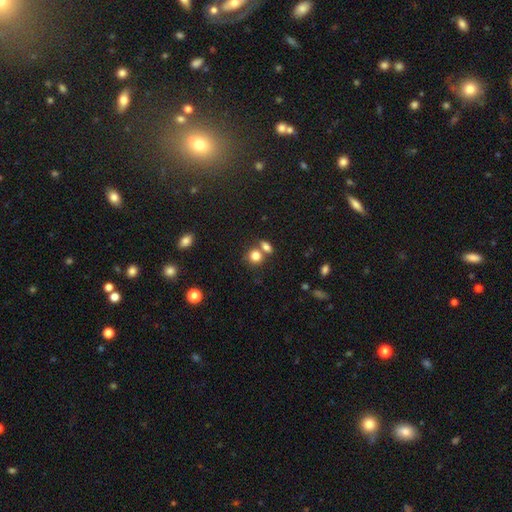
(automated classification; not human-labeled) The model was most divided on "merging": none: 52%, merger: 35%, minor disturbance: 9%, major disturbance: 4%. More confident: smooth or featured — smooth (80%); how rounded — round (73%).